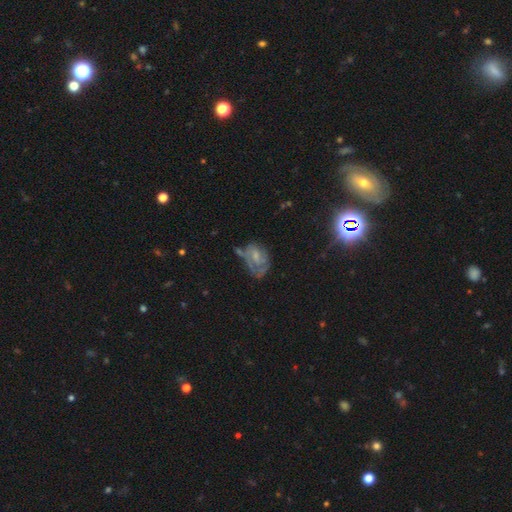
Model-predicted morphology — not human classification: smooth-or-featured: featured or disk: 56% | smooth: 26% | star or artifact: 18%
  disk-edge-on: no: 96% | yes: 4%
    bar: no: 56% | weak: 36% | strong: 8%
    has-spiral-arms: yes: 66% | no: 34%
    bulge-size: small: 45% | moderate: 30% | none: 21% | large: 3% | dominant: 1%
  merging: none: 41% | minor disturbance: 27% | major disturbance: 25% | merger: 8%